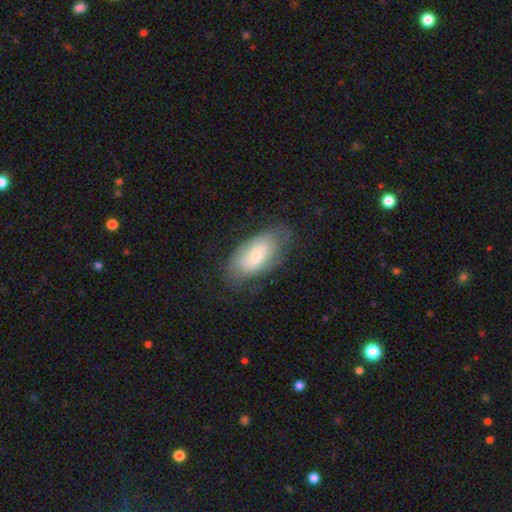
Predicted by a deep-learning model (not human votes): The model was most divided on "smooth or featured": smooth: 58%, featured or disk: 36%, star or artifact: 7%. More confident: how rounded — in between (92%); merging — none (66%).